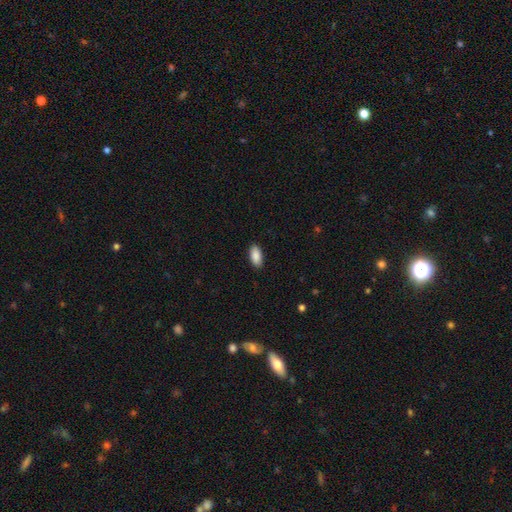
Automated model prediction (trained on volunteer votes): Morphology: type=smooth (90%); roundness=in between (92%); merging=none (88%).